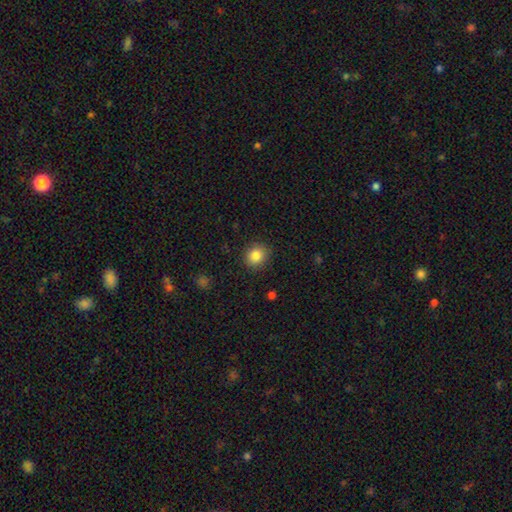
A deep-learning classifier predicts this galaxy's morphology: Smooth or featured? Predicted: smooth (p=0.84). How rounded? Predicted: round (p=0.83). Merging? Predicted: none (p=0.89).